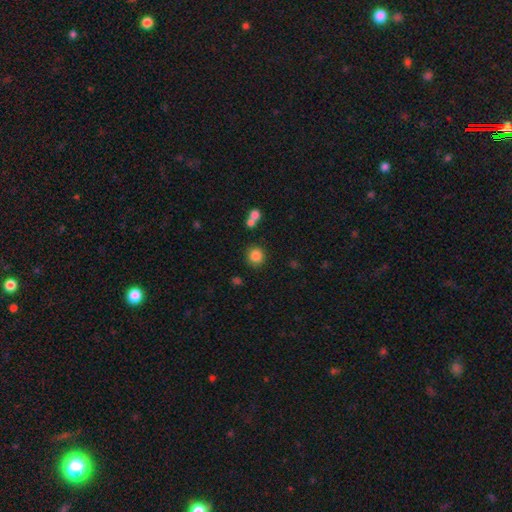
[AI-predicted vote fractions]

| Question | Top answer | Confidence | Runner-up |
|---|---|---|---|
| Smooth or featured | smooth | 84% | star or artifact (11%) |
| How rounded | round | 91% | in between (8%) |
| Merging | none | 82% | minor disturbance (8%) |